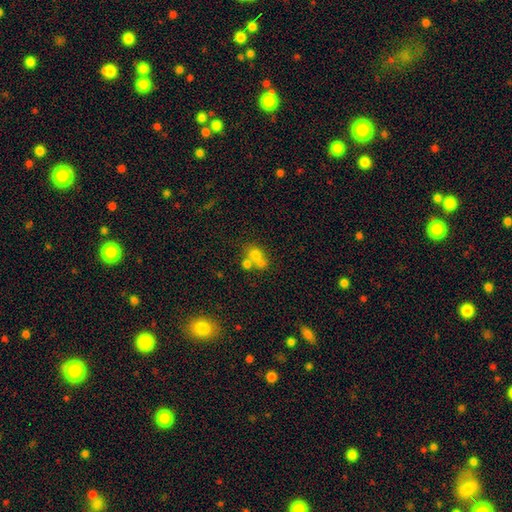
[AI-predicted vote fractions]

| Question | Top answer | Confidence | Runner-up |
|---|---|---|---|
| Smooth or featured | smooth | 69% | featured or disk (17%) |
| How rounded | round | 58% | in between (40%) |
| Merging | merger | 54% | none (31%) |